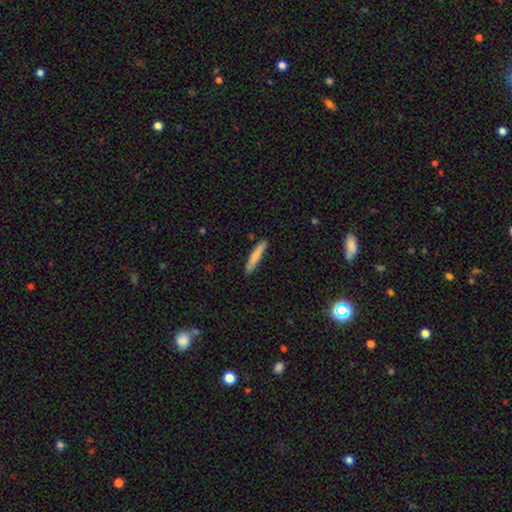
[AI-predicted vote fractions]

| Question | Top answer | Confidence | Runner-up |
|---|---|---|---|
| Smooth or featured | smooth | 78% | featured or disk (16%) |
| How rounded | cigar-shaped | 92% | in between (7%) |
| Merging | none | 87% | minor disturbance (10%) |